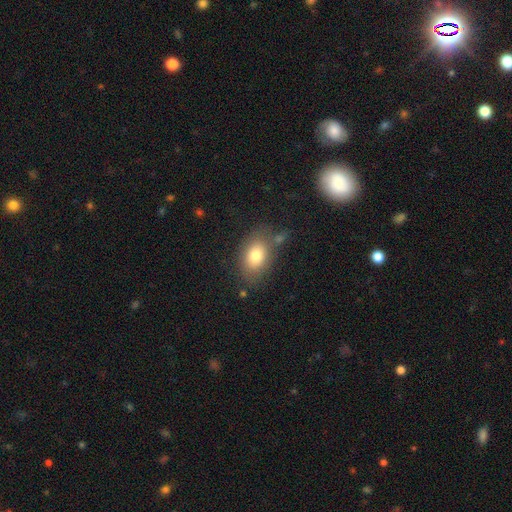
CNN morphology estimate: Q: Smooth or featured?
A: smooth (78%); runner-up: featured or disk (14%)
Q: How rounded?
A: in between (82%); runner-up: round (17%)
Q: Merging?
A: none (67%); runner-up: minor disturbance (18%)